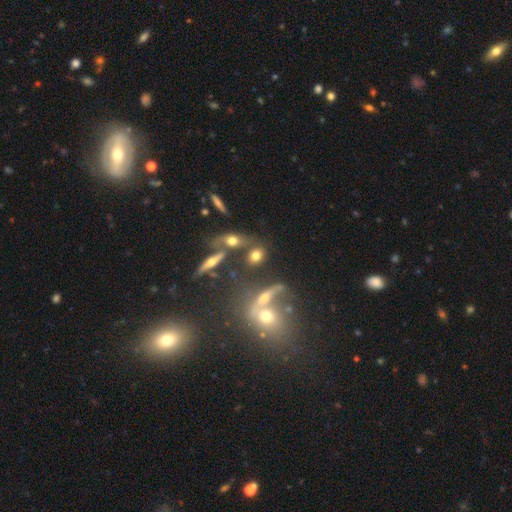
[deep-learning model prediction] Q: Smooth or featured?
A: smooth (70%); runner-up: featured or disk (18%)
Q: How rounded?
A: in between (61%); runner-up: round (33%)
Q: Merging?
A: none (55%); runner-up: merger (24%)